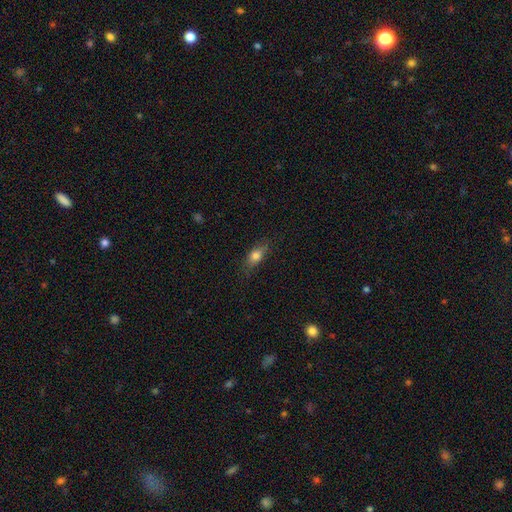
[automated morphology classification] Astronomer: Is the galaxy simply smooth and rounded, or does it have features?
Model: smooth — 76%.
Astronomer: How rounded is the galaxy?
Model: in between — 76%.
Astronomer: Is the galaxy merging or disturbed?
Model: none — 76%.